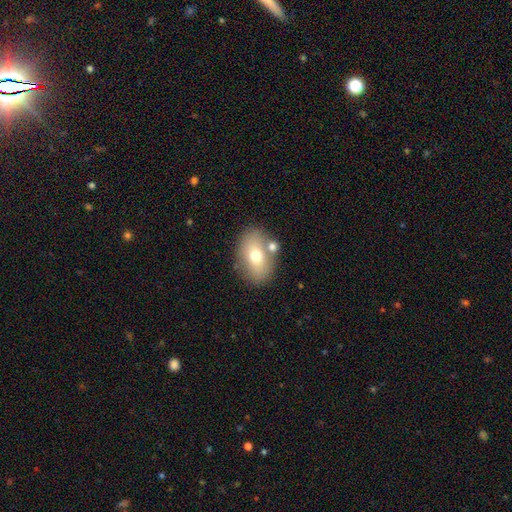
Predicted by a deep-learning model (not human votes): Smooth or featured: smooth — 67% (featured or disk — 24%)
How rounded: in between — 81% (round — 17%)
Merging: none — 69% (merger — 14%)